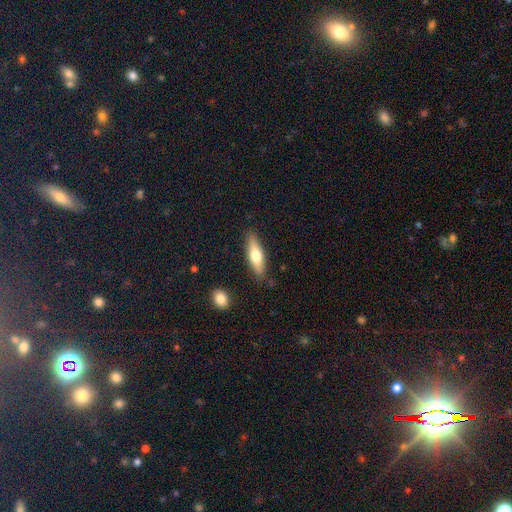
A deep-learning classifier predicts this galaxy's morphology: smooth-or-featured: smooth: 57% | featured or disk: 37% | star or artifact: 6%
  how-rounded: cigar-shaped: 62% | in between: 36% | round: 2%
  merging: none: 84% | minor disturbance: 11% | major disturbance: 3% | merger: 2%